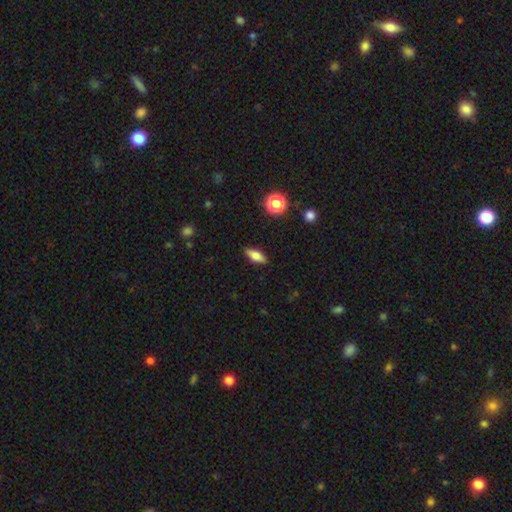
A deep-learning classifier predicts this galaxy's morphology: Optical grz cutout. It shows a smooth galaxy with no disk features (64%) that is in between round and cigar-shaped (69%). Merging: none (88%).